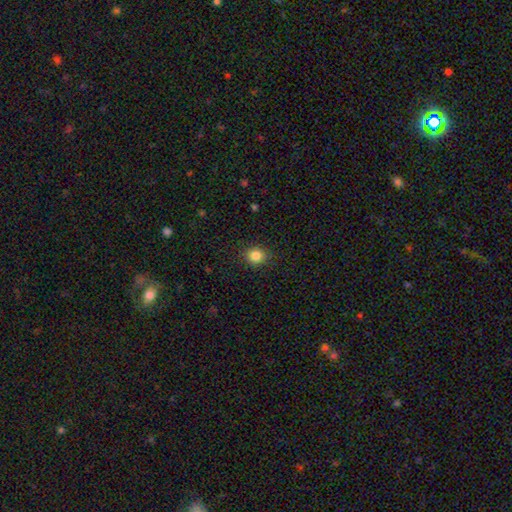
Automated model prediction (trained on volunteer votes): Smooth or featured? Predicted: smooth (p=0.85). How rounded? Predicted: round (p=0.80). Merging? Predicted: none (p=0.89).